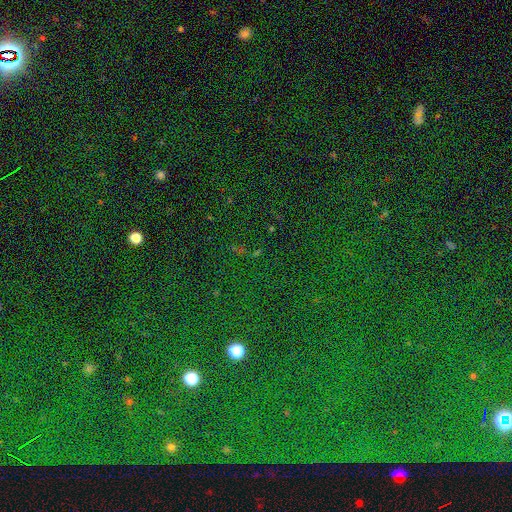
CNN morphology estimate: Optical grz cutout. It shows a star or artifact, not a galaxy (83%).